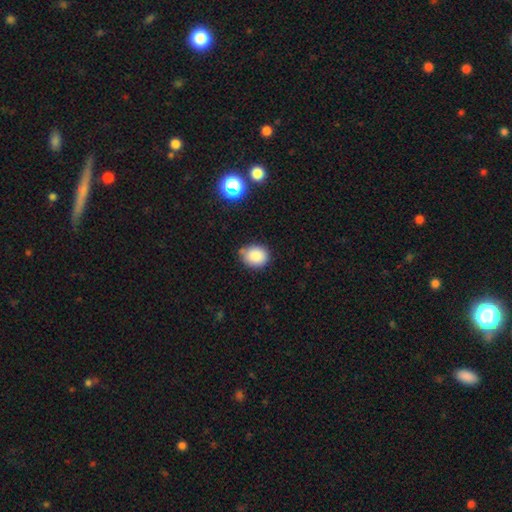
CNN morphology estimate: The model was most divided on "how rounded": round: 61%, in between: 38%, cigar-shaped: 1%. More confident: smooth or featured — smooth (85%); merging — none (74%).